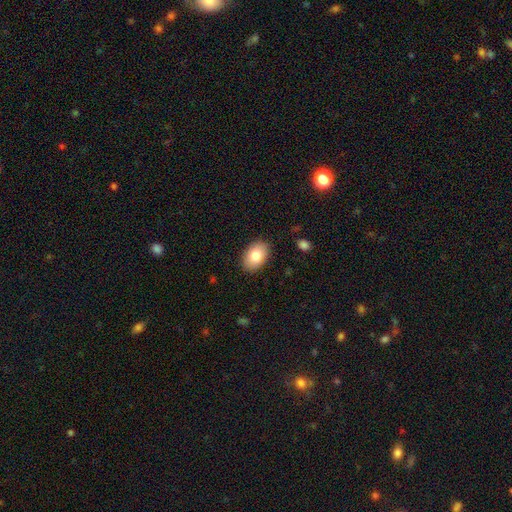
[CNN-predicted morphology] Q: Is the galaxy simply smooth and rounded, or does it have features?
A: smooth — 82%.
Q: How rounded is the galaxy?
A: in between — 88%.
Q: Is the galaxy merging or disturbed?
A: none — 88%.